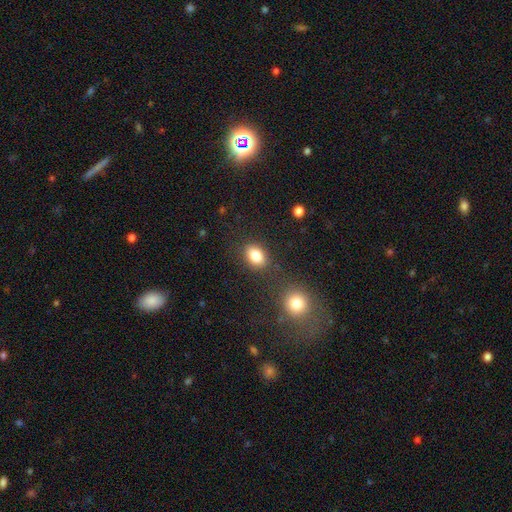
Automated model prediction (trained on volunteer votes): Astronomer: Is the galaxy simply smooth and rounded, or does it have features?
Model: smooth — 84%.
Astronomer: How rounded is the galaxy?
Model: in between — 78%.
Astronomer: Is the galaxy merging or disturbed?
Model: none — 80%.